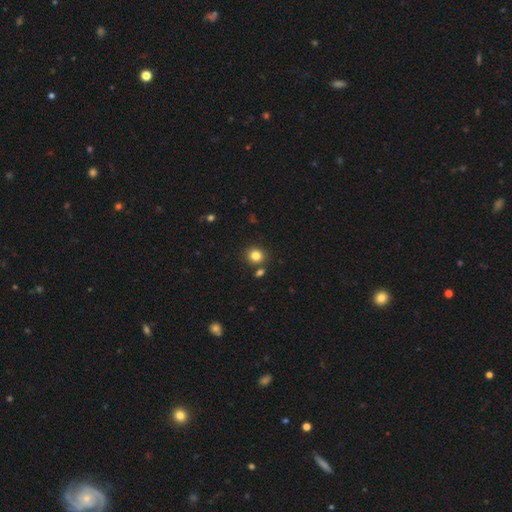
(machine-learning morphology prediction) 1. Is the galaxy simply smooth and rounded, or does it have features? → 82% smooth, 12% star or artifact, 5% featured or disk.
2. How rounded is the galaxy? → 85% round, 14% in between, 1% cigar-shaped.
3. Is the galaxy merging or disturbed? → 82% none, 8% merger, 7% minor disturbance, 2% major disturbance.